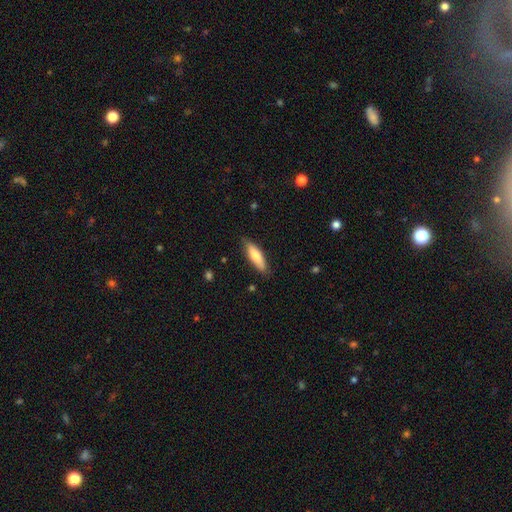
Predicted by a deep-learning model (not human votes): smooth 76%, featured or disk 18%, star or artifact 6%. Down the decision tree: how rounded — cigar-shaped (56%); merging — none (83%).